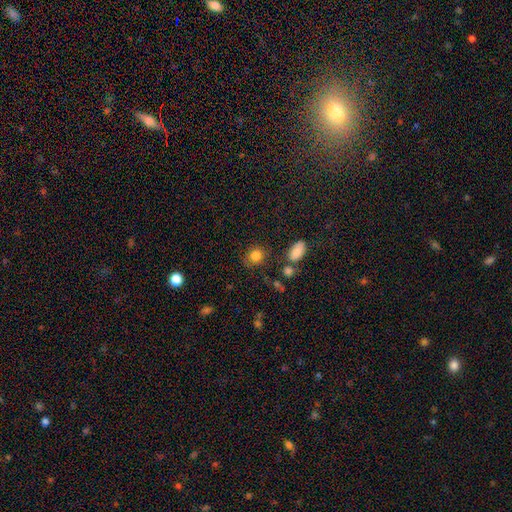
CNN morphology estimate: smooth-or-featured: smooth: 84% | star or artifact: 10% | featured or disk: 6%
  how-rounded: round: 73% | in between: 26% | cigar-shaped: 1%
  merging: none: 76% | minor disturbance: 14% | merger: 5% | major disturbance: 5%